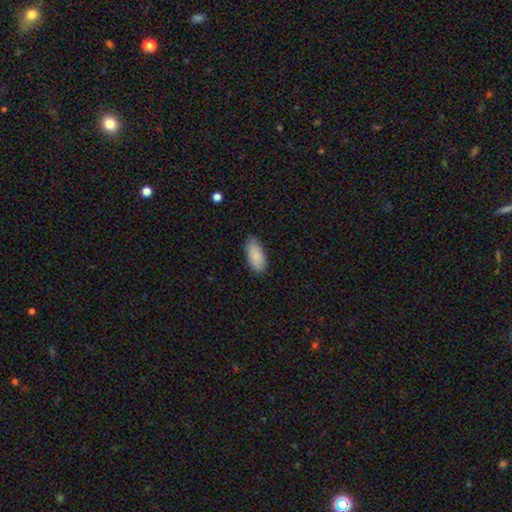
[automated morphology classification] smooth-or-featured: smooth: 88% | featured or disk: 7% | star or artifact: 6%
  how-rounded: in between: 92% | cigar-shaped: 6% | round: 2%
  merging: none: 84% | minor disturbance: 13% | major disturbance: 2% | merger: 1%